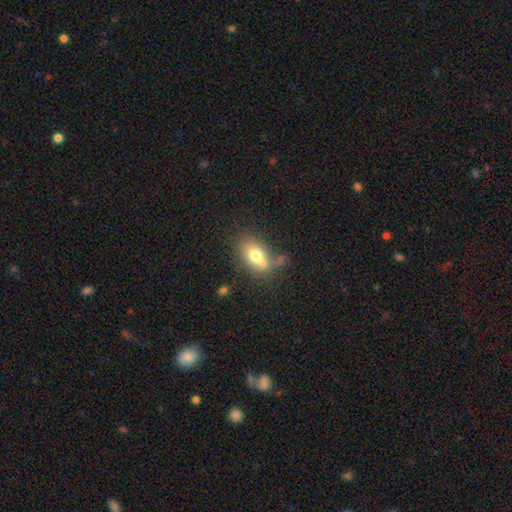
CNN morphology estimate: Smooth or featured: smooth — 72% (featured or disk — 19%)
How rounded: in between — 80% (round — 18%)
Merging: none — 38% (merger — 31%)